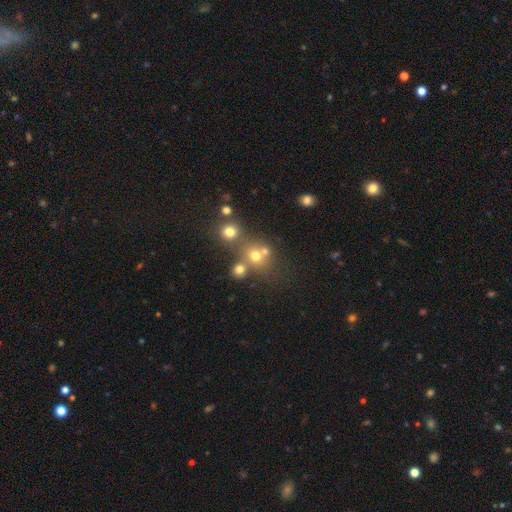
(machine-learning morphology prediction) A smooth galaxy with no disk features (66%) that is round (80%). Merging: none (50%).